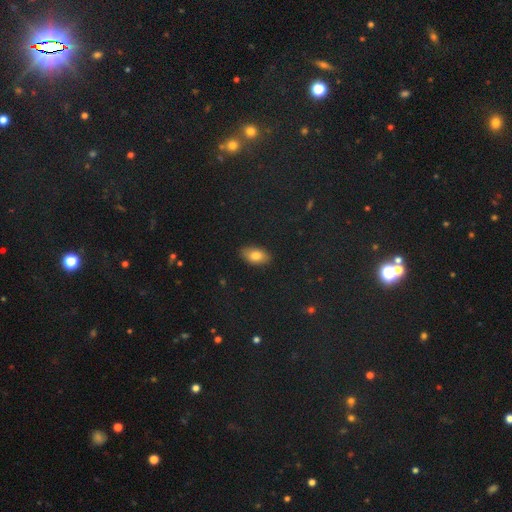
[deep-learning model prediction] The model was most divided on "smooth or featured": smooth: 79%, featured or disk: 11%, star or artifact: 10%. More confident: how rounded — in between (91%); merging — none (87%).